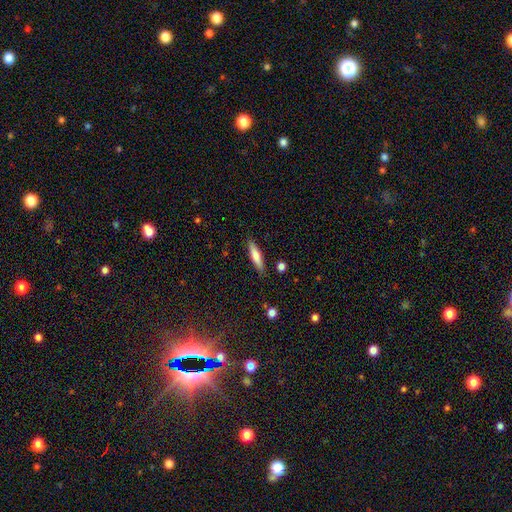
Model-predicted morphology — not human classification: smooth_or_featured: smooth (p=0.70) [alt: featured or disk p=0.23]
how_rounded: cigar-shaped (p=0.79) [alt: in between p=0.20]
merging: none (p=0.87) [alt: minor disturbance p=0.09]